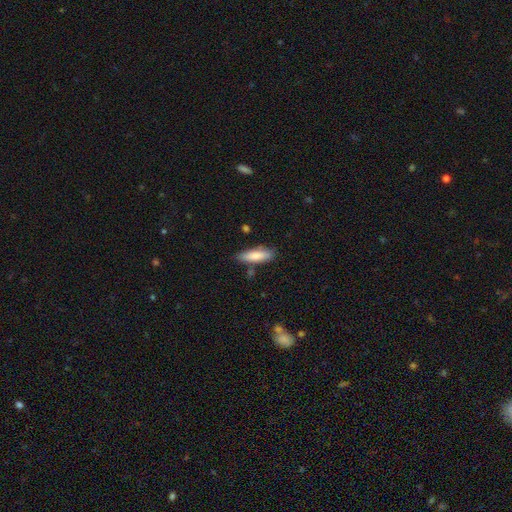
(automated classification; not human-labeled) A smooth galaxy with no disk features (83%) that is cigar-shaped (54%). Merging: none (76%).